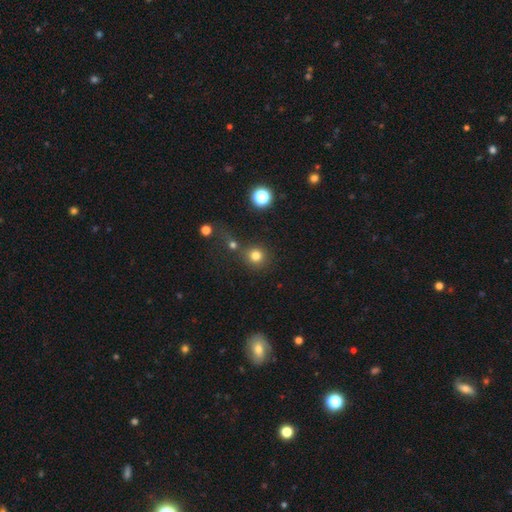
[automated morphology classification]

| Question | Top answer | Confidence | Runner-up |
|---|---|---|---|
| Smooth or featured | smooth | 78% | star or artifact (16%) |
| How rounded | round | 91% | in between (8%) |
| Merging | none | 71% | merger (15%) |